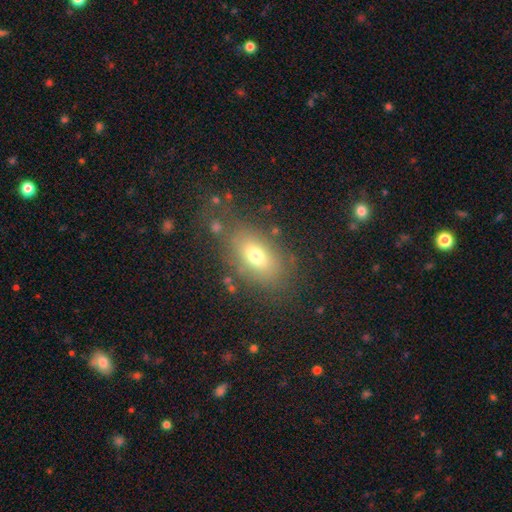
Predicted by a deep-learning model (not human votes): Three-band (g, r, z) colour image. It shows a smooth galaxy with no disk features (70%) that is in between round and cigar-shaped (87%). Merging: none (73%).